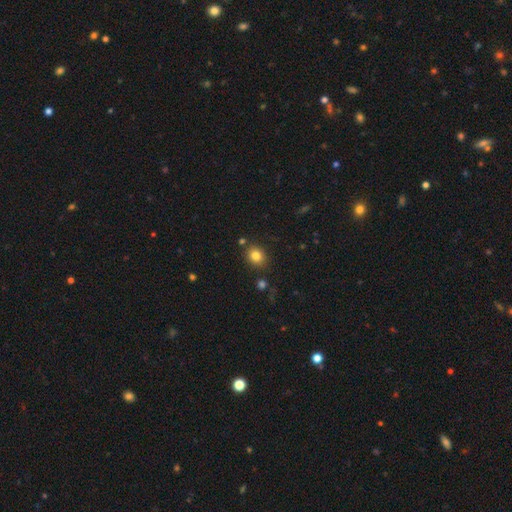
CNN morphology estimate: smooth 82%, star or artifact 11%, featured or disk 7%. Down the decision tree: how rounded — round (66%); merging — none (83%).